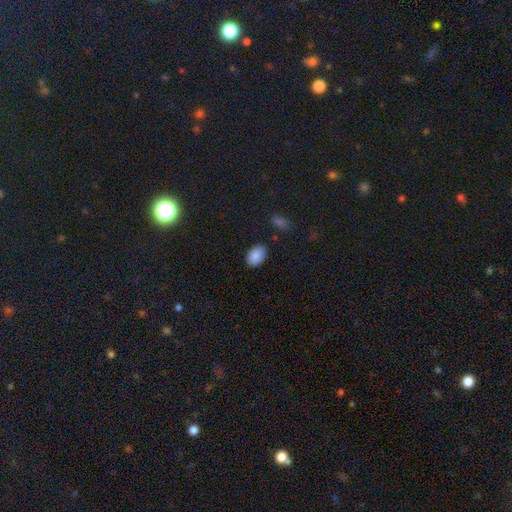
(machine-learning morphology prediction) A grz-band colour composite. It shows a smooth galaxy with no disk features (89%) that is in between round and cigar-shaped (88%). Merging: none (84%).